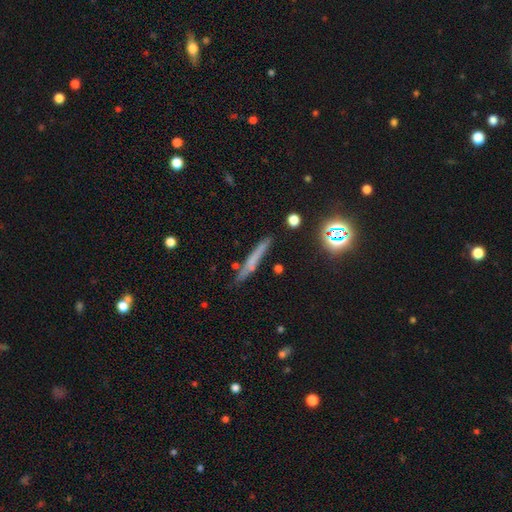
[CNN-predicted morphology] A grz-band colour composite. It shows a smooth galaxy with no disk features (54%) that is cigar-shaped (92%). Merging: none (80%).